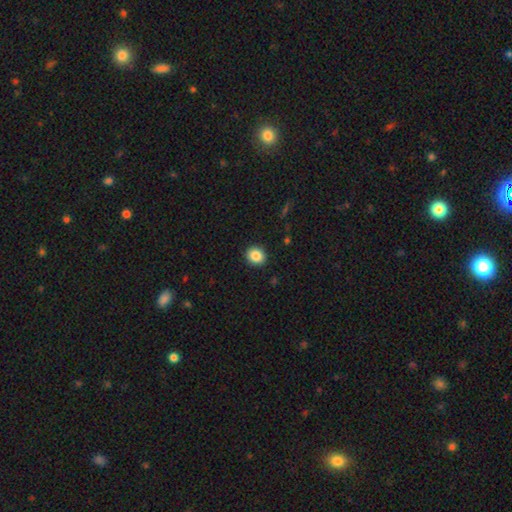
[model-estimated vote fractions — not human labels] The model was most divided on "how rounded": round: 73%, in between: 26%, cigar-shaped: 1%. More confident: merging — none (92%); smooth or featured — smooth (86%).